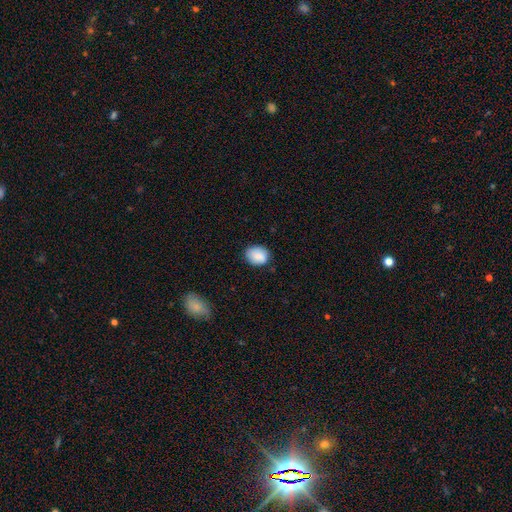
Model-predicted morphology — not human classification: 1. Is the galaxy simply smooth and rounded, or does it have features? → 84% smooth, 9% featured or disk, 8% star or artifact.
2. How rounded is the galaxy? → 51% in between, 48% round, 1% cigar-shaped.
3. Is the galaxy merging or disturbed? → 76% none, 19% minor disturbance, 3% major disturbance, 1% merger.